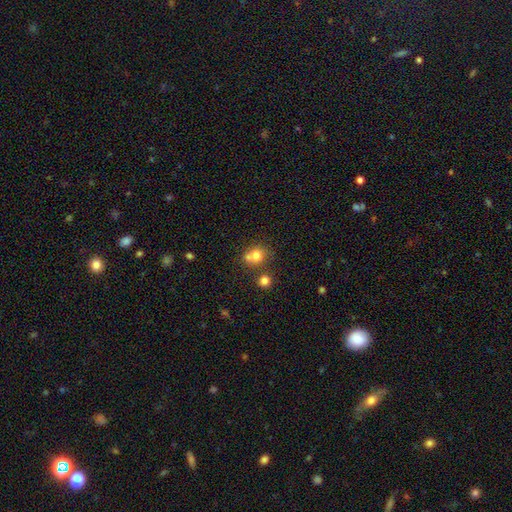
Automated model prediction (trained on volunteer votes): Morphology: type=smooth (76%); roundness=round (79%); merging=none (50%).